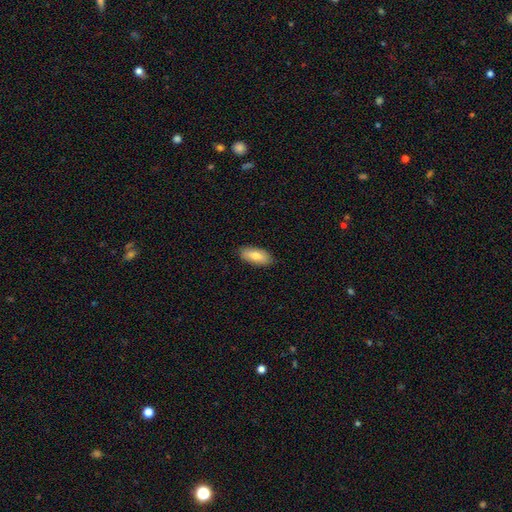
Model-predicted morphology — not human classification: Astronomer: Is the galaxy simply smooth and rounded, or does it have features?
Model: smooth — 79%.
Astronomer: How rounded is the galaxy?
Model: in between — 85%.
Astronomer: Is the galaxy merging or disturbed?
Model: none — 87%.